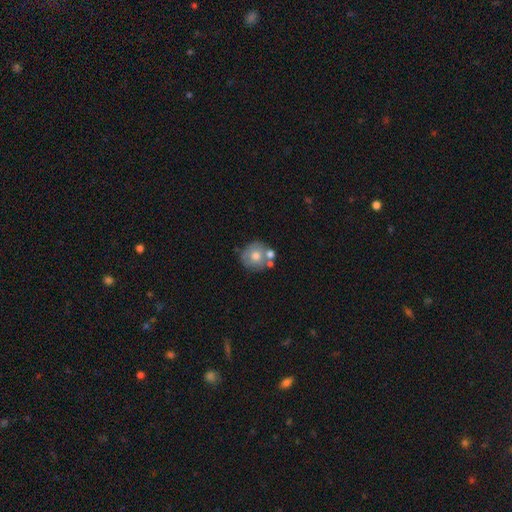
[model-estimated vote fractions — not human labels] smooth 65%, featured or disk 26%, star or artifact 9%. Down the decision tree: how rounded — round (89%); merging — none (57%).